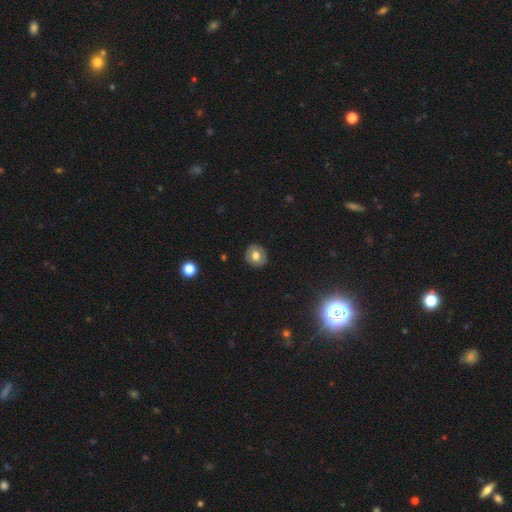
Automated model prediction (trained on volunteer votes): This is likely a smooth galaxy (68%). How rounded: clearly round (83%). Merging: clearly none (89%).